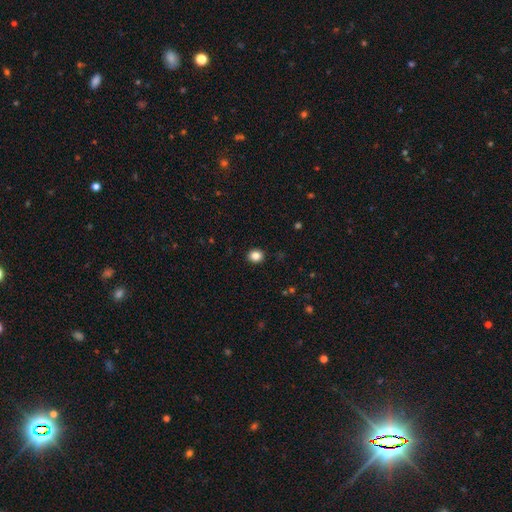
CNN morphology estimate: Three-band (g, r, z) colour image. It shows a smooth galaxy with no disk features (85%) that is round (75%). Merging: none (91%).